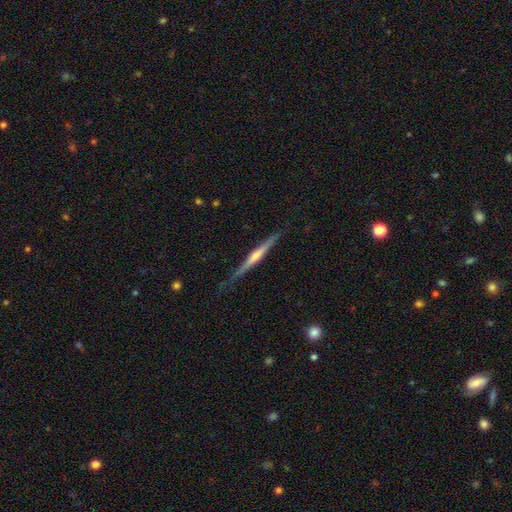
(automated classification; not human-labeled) The model was most divided on "edge-on bulge": rounded: 63%, none: 27%, boxy: 10%. More confident: edge-on disk — yes (98%); merging — none (79%); smooth or featured — featured or disk (72%).